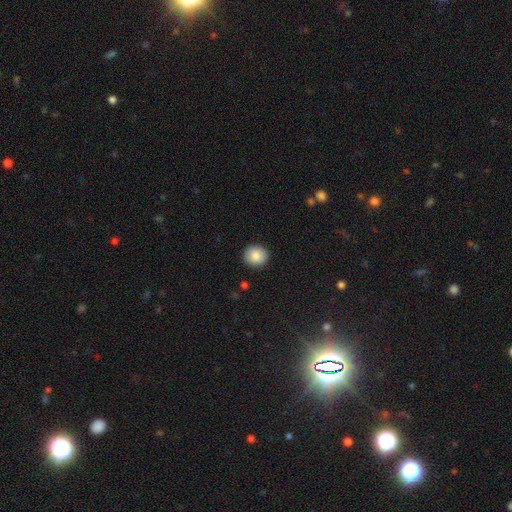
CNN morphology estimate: smooth_or_featured: smooth (p=0.87) [alt: star or artifact p=0.08]
how_rounded: round (p=0.84) [alt: in between p=0.15]
merging: none (p=0.91) [alt: minor disturbance p=0.06]